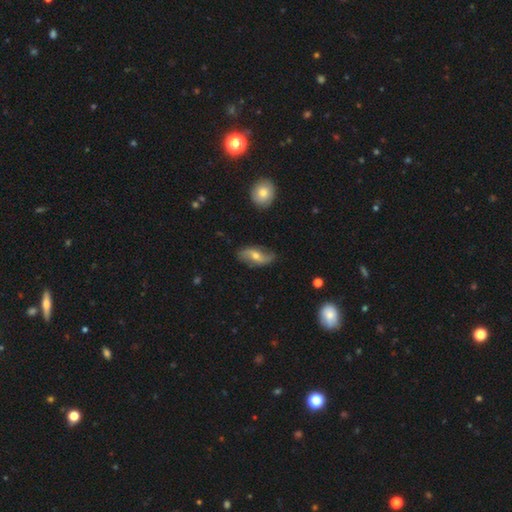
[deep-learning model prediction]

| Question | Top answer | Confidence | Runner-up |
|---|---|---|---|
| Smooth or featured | featured or disk | 69% | smooth (24%) |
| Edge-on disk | no | 90% | yes (10%) |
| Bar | weak | 40% | no (37%) |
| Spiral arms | yes | 86% | no (14%) |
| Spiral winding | loose | 80% | medium (14%) |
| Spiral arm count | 2 | 90% | can't tell (5%) |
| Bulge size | moderate | 57% | small (37%) |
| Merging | none | 76% | minor disturbance (18%) |